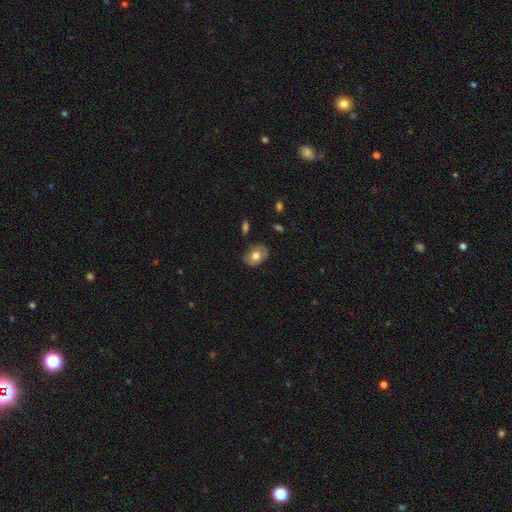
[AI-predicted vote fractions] A smooth galaxy with no disk features (64%) that is in between round and cigar-shaped (68%).

Vote fractions:
- Smooth or featured? smooth: 64% / featured or disk: 28% / star or artifact: 8%
- How rounded? in between: 68% / round: 31% / cigar-shaped: 1%
- Merging? none: 78% / minor disturbance: 17% / major disturbance: 3% / merger: 2%